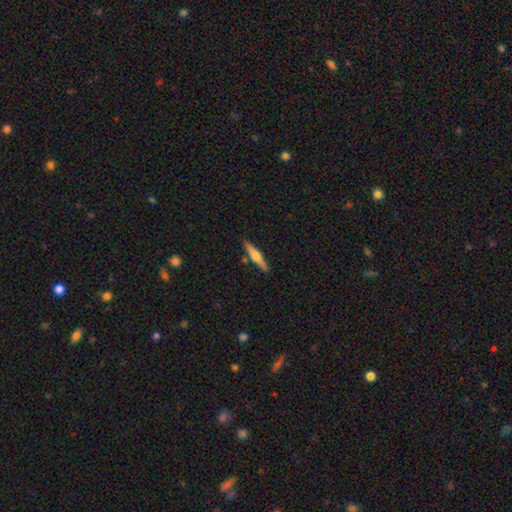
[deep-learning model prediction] smooth_or_featured: featured or disk (p=0.60) [alt: smooth p=0.34]
disk_edge_on: yes (p=0.97) [alt: no p=0.03]
edge_on_bulge: rounded (p=0.88) [alt: boxy p=0.07]
merging: none (p=0.86) [alt: minor disturbance p=0.09]